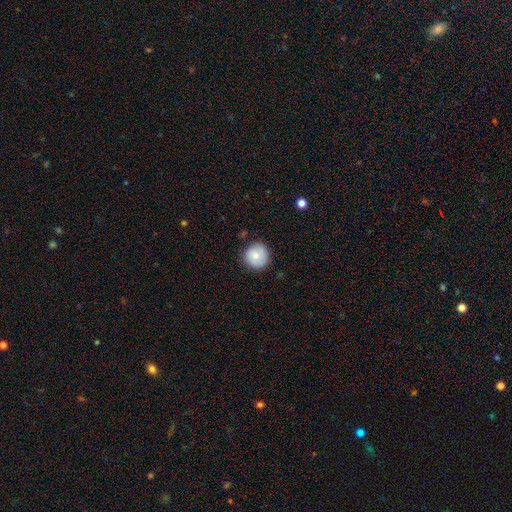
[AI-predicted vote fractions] Morphology: type=smooth (72%); roundness=round (93%); merging=none (81%).